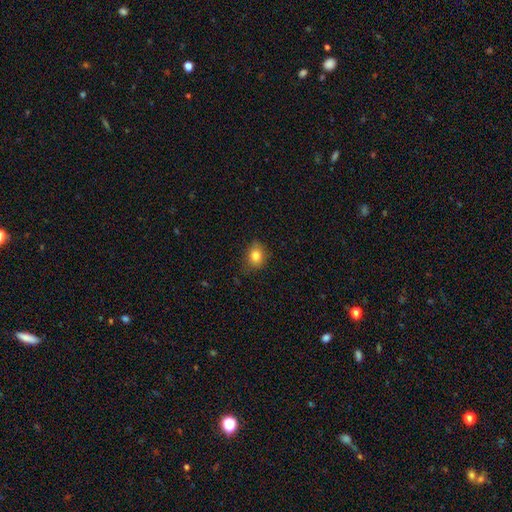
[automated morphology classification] smooth_or_featured: smooth (p=0.82) [alt: star or artifact p=0.11]
how_rounded: round (p=0.62) [alt: in between p=0.37]
merging: none (p=0.78) [alt: minor disturbance p=0.17]